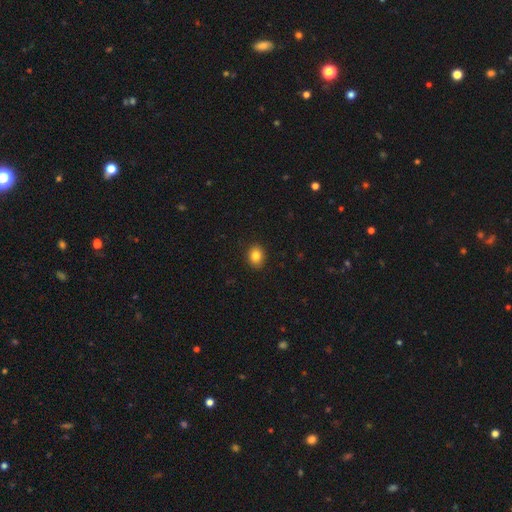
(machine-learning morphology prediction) Smooth or featured?
  - smooth: 84% *
  - star or artifact: 10%
  - featured or disk: 6%
How rounded?
  - round: 54% *
  - in between: 45%
  - cigar-shaped: 1%
Merging?
  - none: 89% *
  - minor disturbance: 8%
  - major disturbance: 2%
  - merger: 1%